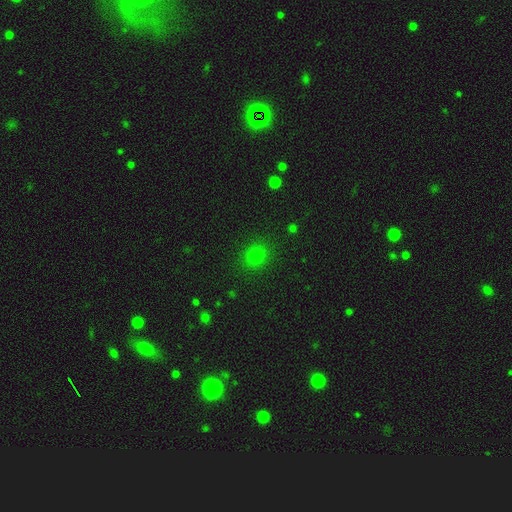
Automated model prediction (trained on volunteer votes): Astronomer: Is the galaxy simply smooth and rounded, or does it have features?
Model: smooth — 78%.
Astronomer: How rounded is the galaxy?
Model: round — 84%.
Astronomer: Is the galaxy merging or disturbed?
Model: none — 88%.